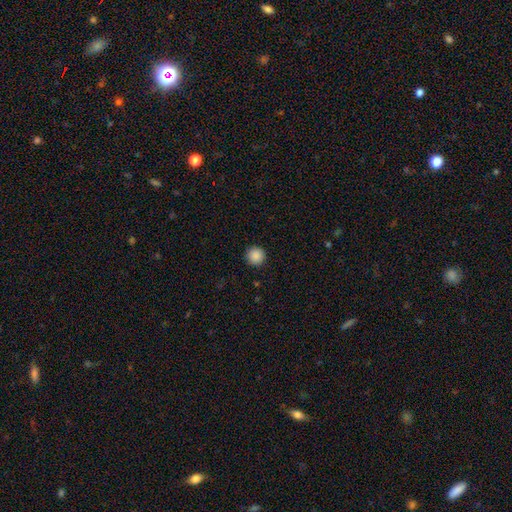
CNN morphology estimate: smooth_or_featured: smooth (p=0.89) [alt: star or artifact p=0.09]
how_rounded: round (p=0.96) [alt: in between p=0.03]
merging: none (p=0.93) [alt: minor disturbance p=0.05]